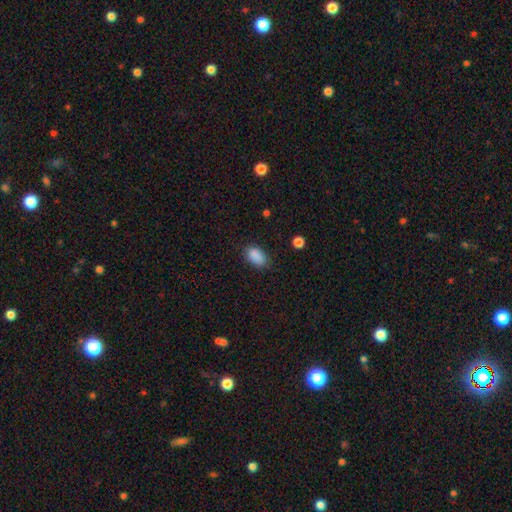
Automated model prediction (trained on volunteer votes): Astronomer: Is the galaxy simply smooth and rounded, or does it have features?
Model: smooth — 88%.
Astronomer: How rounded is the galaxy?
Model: in between — 89%.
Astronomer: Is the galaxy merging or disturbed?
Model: none — 79%.